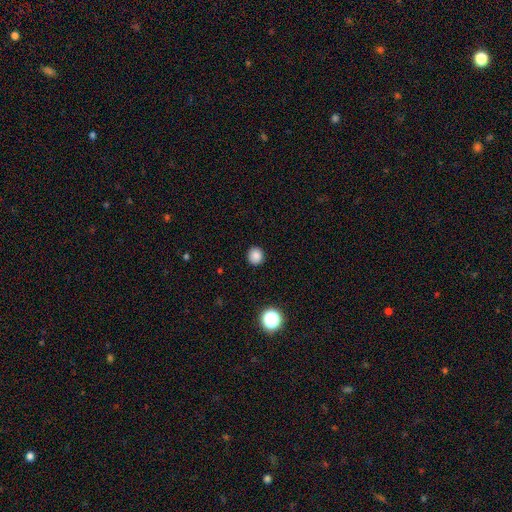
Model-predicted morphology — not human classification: smooth 85%, star or artifact 12%, featured or disk 3%. Down the decision tree: how rounded — round (90%); merging — none (92%).